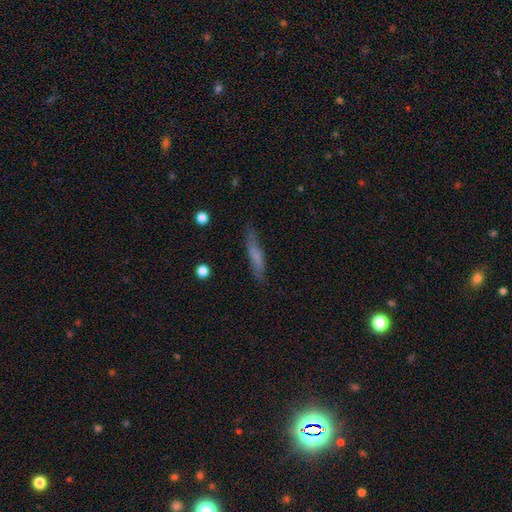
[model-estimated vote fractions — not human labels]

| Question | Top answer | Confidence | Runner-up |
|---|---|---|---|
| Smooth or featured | smooth | 63% | featured or disk (29%) |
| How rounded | cigar-shaped | 87% | in between (11%) |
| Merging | none | 79% | minor disturbance (15%) |